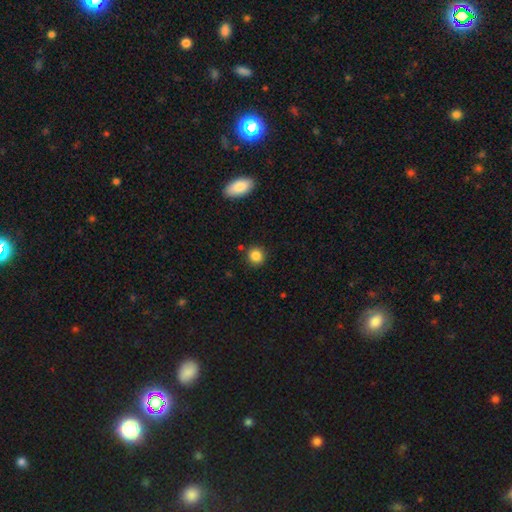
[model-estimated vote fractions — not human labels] The model was most divided on "smooth or featured": smooth: 85%, star or artifact: 10%, featured or disk: 5%. More confident: how rounded — round (90%); merging — none (88%).